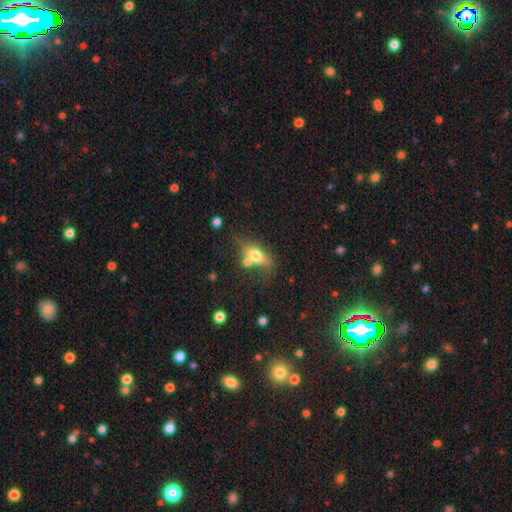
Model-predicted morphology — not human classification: smooth_or_featured: smooth (p=0.61) [alt: featured or disk p=0.29]
how_rounded: in between (p=0.72) [alt: cigar-shaped p=0.16]
merging: none (p=0.42) [alt: merger p=0.31]